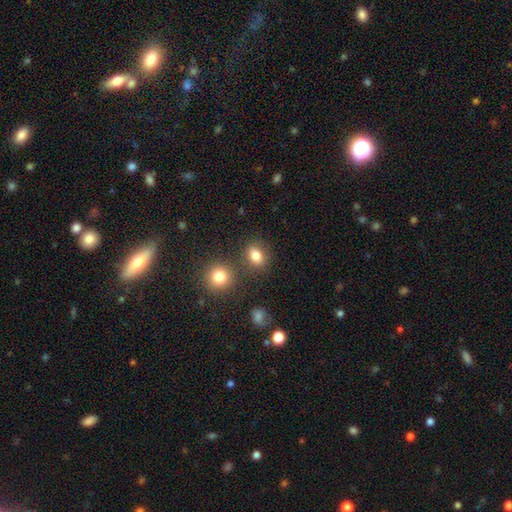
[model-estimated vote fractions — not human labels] Morphology: type=smooth (81%); roundness=in between (60%); merging=none (74%).